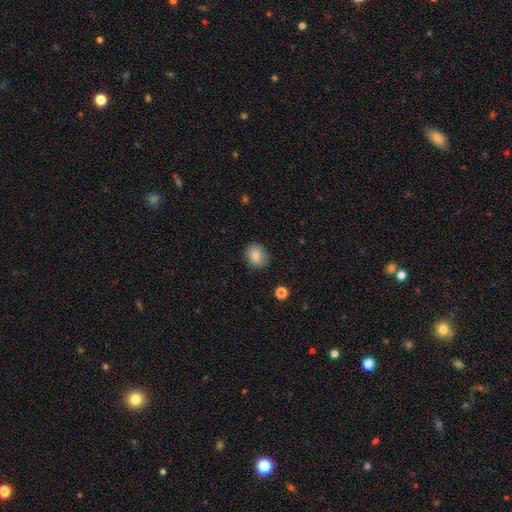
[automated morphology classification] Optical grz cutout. It shows a smooth galaxy with no disk features (82%) that is round (67%). Merging: none (84%).